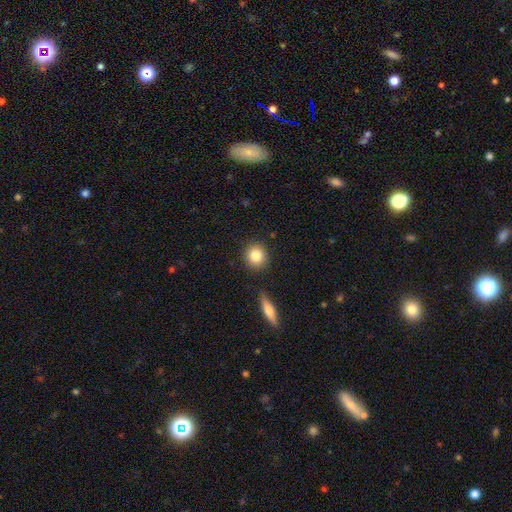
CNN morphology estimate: smooth_or_featured: smooth (p=0.84) [alt: star or artifact p=0.09]
how_rounded: round (p=0.87) [alt: in between p=0.12]
merging: none (p=0.88) [alt: minor disturbance p=0.07]